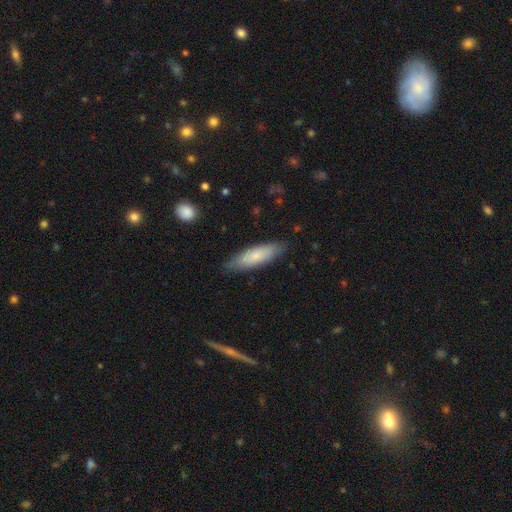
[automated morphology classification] Smooth or featured? Predicted: smooth (p=0.75). How rounded? Predicted: cigar-shaped (p=0.57). Merging? Predicted: none (p=0.83).